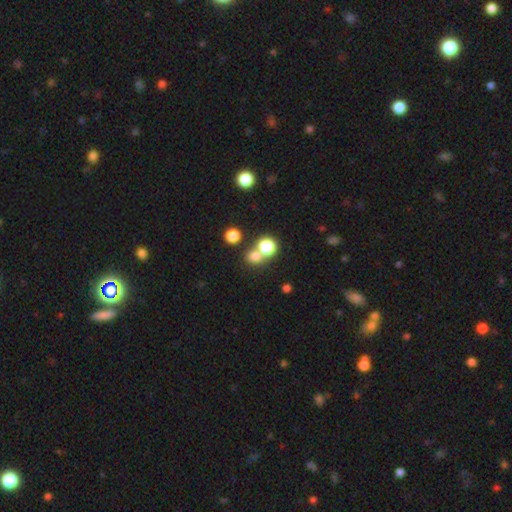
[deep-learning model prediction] Smooth or featured?
  - smooth: 72% *
  - star or artifact: 20%
  - featured or disk: 8%
How rounded?
  - round: 79% *
  - in between: 20%
  - cigar-shaped: 1%
Merging?
  - none: 54% *
  - merger: 36%
  - minor disturbance: 7%
  - major disturbance: 3%